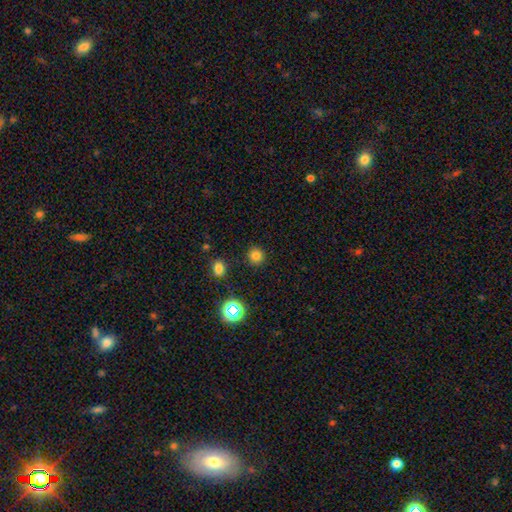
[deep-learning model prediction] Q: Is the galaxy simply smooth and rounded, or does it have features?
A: smooth — 79%.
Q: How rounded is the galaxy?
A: round — 92%.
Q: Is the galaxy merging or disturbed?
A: none — 89%.